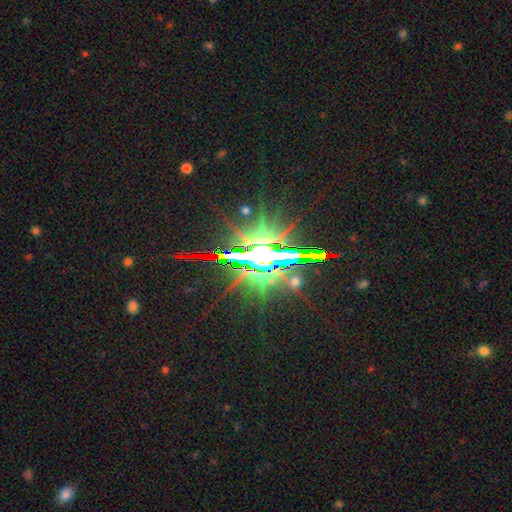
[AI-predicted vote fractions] Smooth or featured?
  - star or artifact: 82% *
  - featured or disk: 11%
  - smooth: 6%